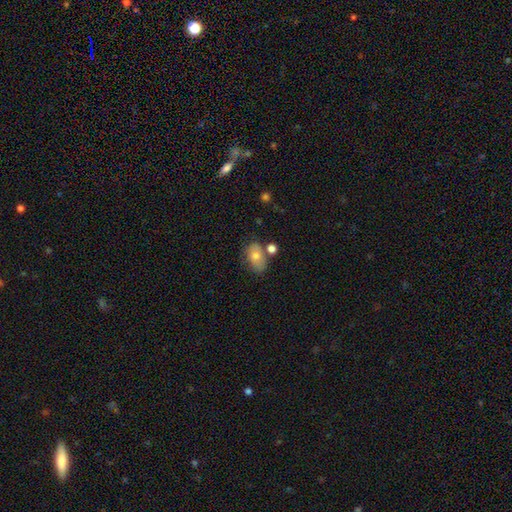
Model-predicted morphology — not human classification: Smooth or featured? smooth (70%)
How rounded? in between (81%)
Merging? none (54%)